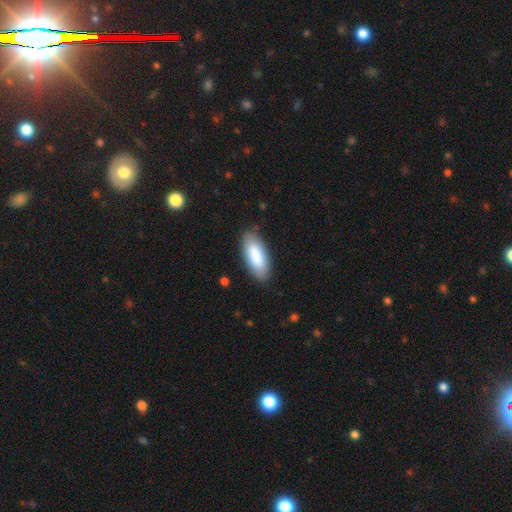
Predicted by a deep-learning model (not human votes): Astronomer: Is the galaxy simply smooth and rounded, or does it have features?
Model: smooth — 86%.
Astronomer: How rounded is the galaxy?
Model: in between — 82%.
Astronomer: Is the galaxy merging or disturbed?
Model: none — 85%.